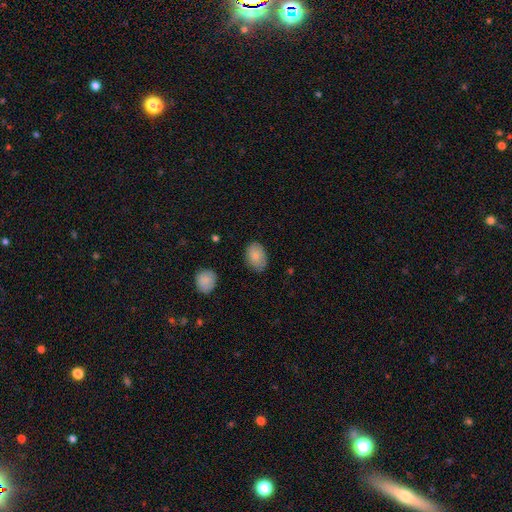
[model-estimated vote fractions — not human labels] Overall: smooth (83%). How rounded: in between (86%). Merging: none (78%).